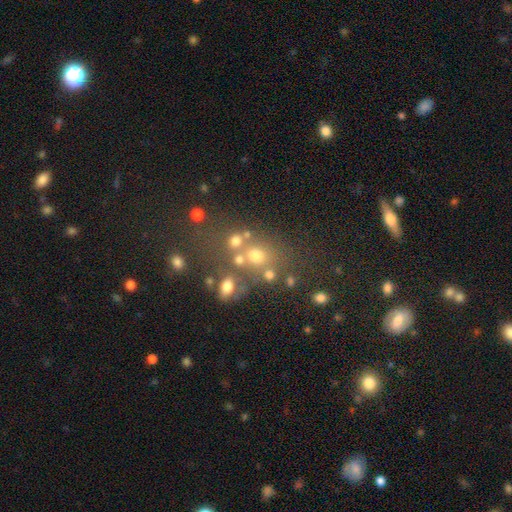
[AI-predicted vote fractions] The model was most divided on "merging": none: 48%, merger: 31%, minor disturbance: 12%, major disturbance: 9%. More confident: how rounded — round (64%); smooth or featured — smooth (56%).